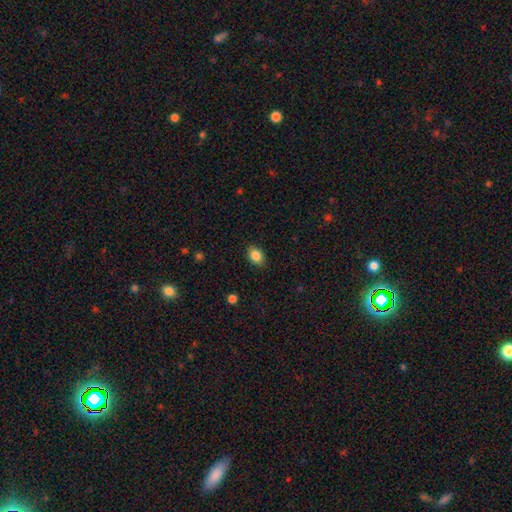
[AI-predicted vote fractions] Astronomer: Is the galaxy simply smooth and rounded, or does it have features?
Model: smooth — 86%.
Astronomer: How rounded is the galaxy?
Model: in between — 68%.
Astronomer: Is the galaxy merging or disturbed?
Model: none — 87%.